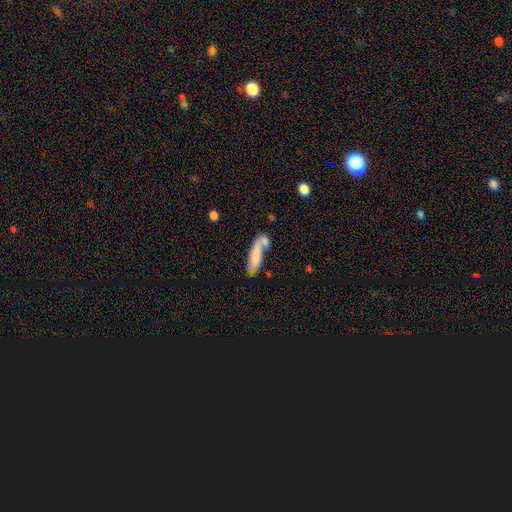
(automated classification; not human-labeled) Smooth or featured: smooth — 68% (featured or disk — 26%)
How rounded: cigar-shaped — 53% (in between — 44%)
Merging: merger — 39% (none — 37%)